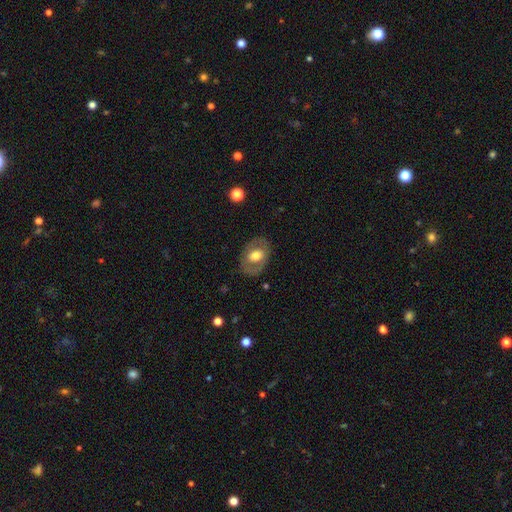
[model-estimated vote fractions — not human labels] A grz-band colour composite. It shows a smooth galaxy with no disk features (52%) that is in between round and cigar-shaped (73%). Merging: none (80%).